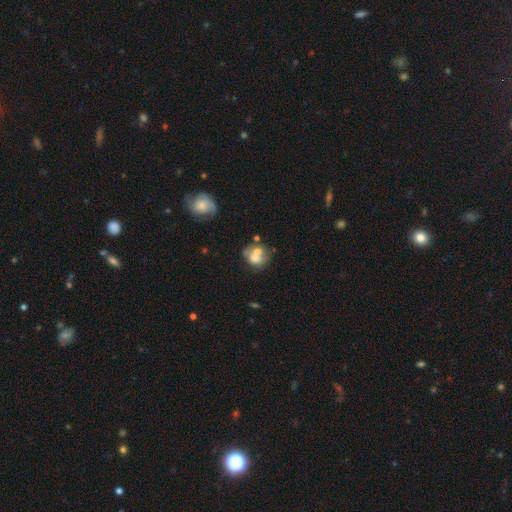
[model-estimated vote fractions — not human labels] Overall: smooth (57%; featured or disk 33%). How rounded: round (60%; in between 38%). Merging: merger (45%; none 31%).